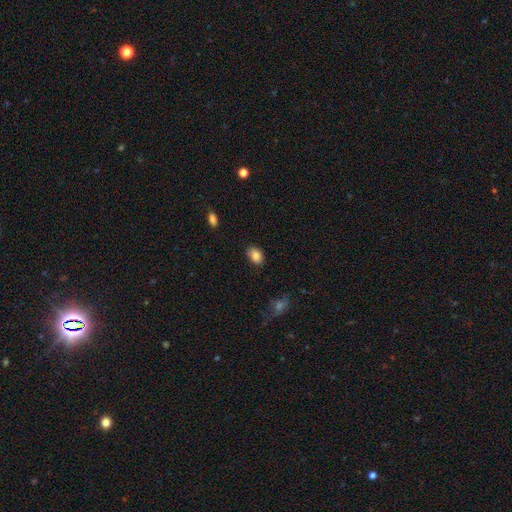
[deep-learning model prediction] smooth 85%, star or artifact 9%, featured or disk 7%. Down the decision tree: how rounded — in between (79%); merging — none (81%).